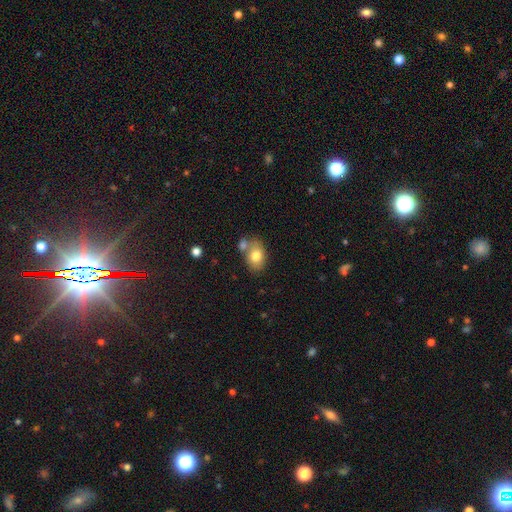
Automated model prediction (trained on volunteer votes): This is likely a smooth galaxy (77%). How rounded: likely in between (77%). Merging: possibly none (52%).